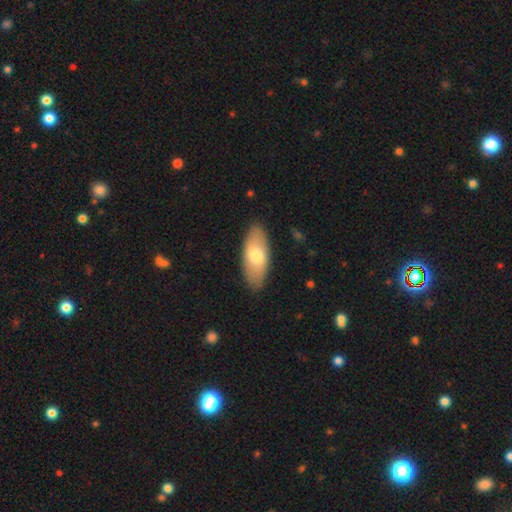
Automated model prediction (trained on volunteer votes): Smooth or featured: smooth — 68% (featured or disk — 27%)
How rounded: in between — 87% (cigar-shaped — 11%)
Merging: none — 87% (minor disturbance — 10%)